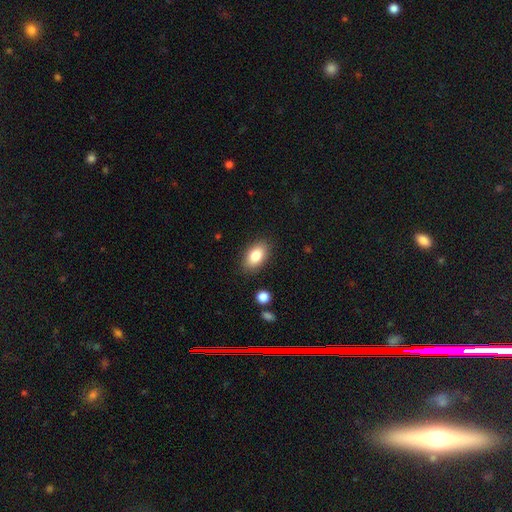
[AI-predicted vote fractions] Q: Smooth or featured?
A: smooth (83%); runner-up: featured or disk (10%)
Q: How rounded?
A: in between (91%); runner-up: round (7%)
Q: Merging?
A: none (86%); runner-up: minor disturbance (10%)